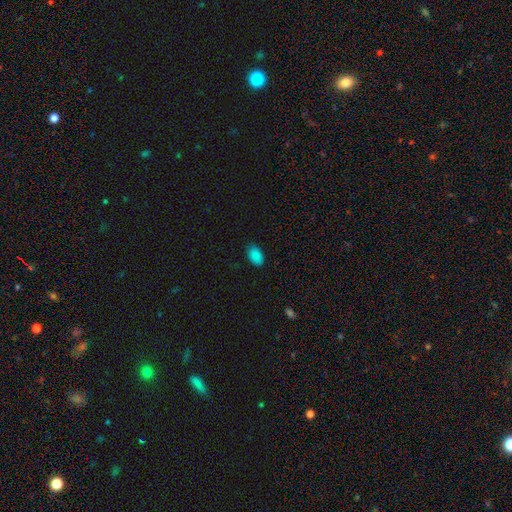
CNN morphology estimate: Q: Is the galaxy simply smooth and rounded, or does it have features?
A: smooth — 87%.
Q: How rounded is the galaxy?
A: in between — 91%.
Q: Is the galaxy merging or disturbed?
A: none — 84%.